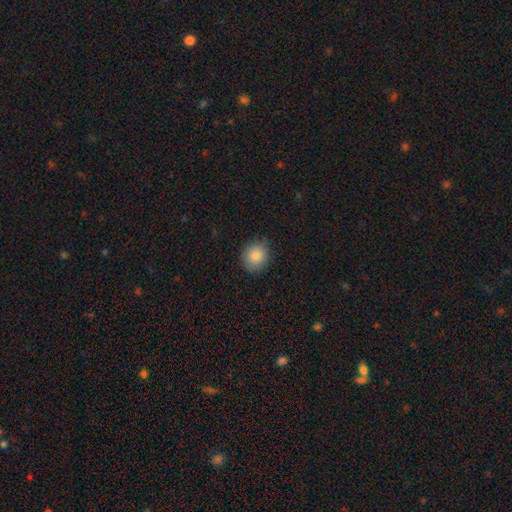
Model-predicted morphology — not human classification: A smooth galaxy with no disk features (86%) that is round (80%).

Vote fractions:
- Smooth or featured? smooth: 86% / star or artifact: 8% / featured or disk: 5%
- How rounded? round: 80% / in between: 19% / cigar-shaped: 1%
- Merging? none: 87% / minor disturbance: 10% / major disturbance: 2% / merger: 1%